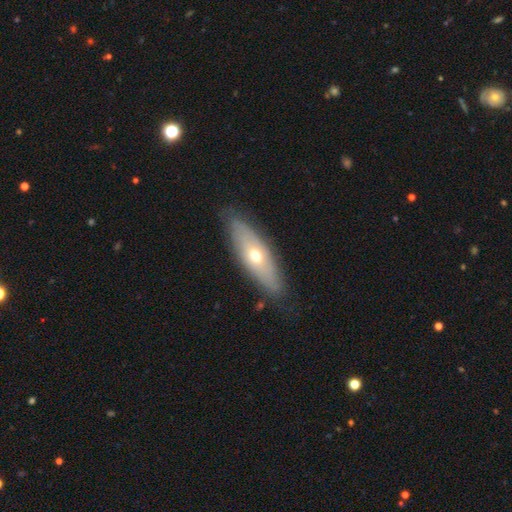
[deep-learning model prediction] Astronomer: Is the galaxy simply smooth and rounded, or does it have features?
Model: featured or disk — 48% (runner-up: smooth, 45%).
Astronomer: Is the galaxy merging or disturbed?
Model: none — 81%.